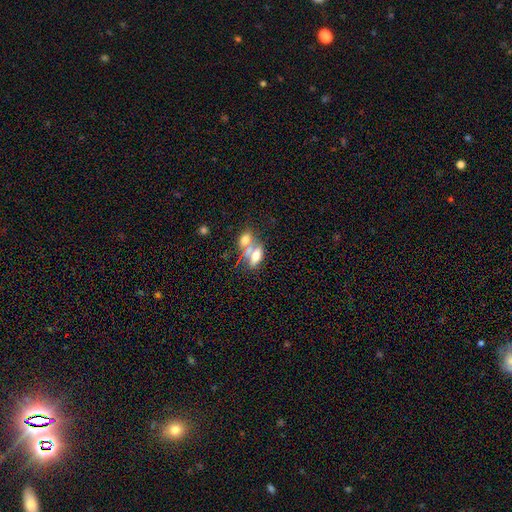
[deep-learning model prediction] smooth-or-featured: smooth: 65% | featured or disk: 26% | star or artifact: 9%
  how-rounded: in between: 81% | cigar-shaped: 10% | round: 9%
  merging: merger: 63% | none: 23% | minor disturbance: 8% | major disturbance: 6%